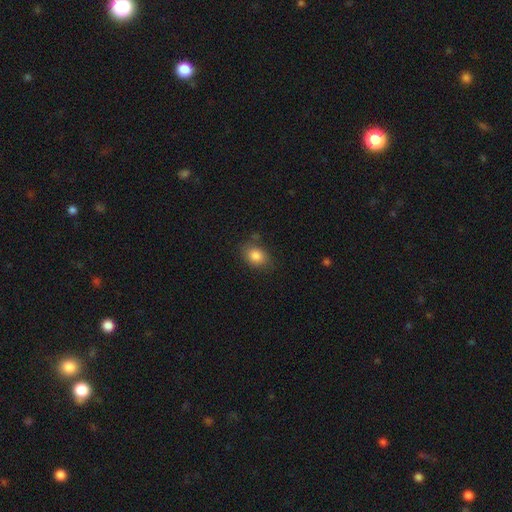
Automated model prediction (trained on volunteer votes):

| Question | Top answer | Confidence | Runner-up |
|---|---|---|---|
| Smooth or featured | smooth | 85% | star or artifact (9%) |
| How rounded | in between | 69% | round (30%) |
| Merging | none | 75% | minor disturbance (17%) |